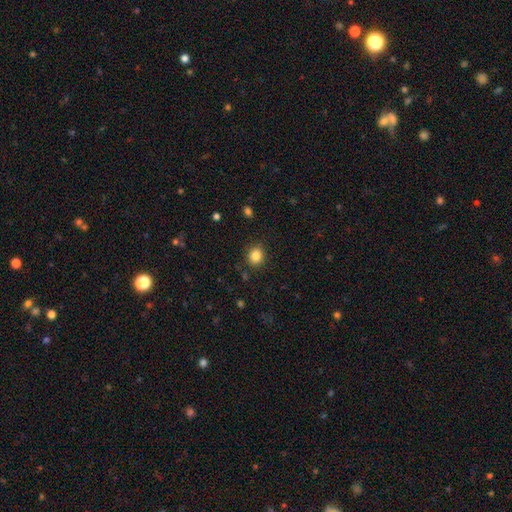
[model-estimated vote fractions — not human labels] Morphology: type=smooth (85%); roundness=round (74%); merging=none (87%).